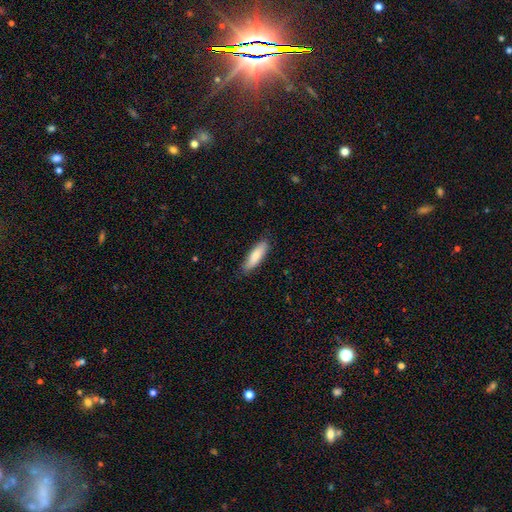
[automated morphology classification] This is likely a smooth galaxy (80%). How rounded: possibly cigar-shaped (54%). Merging: clearly none (84%).